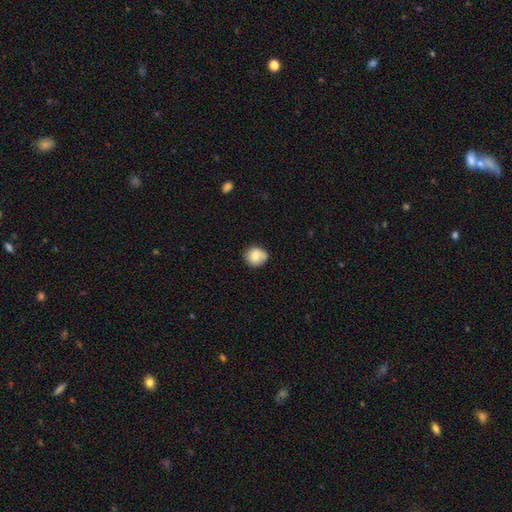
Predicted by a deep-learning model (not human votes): Morphology: type=smooth (82%); roundness=round (77%); merging=none (76%).